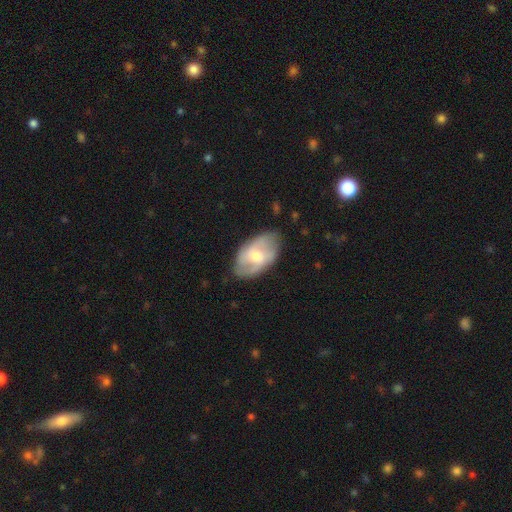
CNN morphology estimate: Smooth or featured: featured or disk — 55% (smooth — 39%)
Edge-on disk: no — 93% (yes — 7%)
Bar: weak — 42% (no — 41%)
Spiral arms: yes — 64% (no — 36%)
Bulge size: moderate — 55% (small — 39%)
Merging: none — 71% (minor disturbance — 21%)